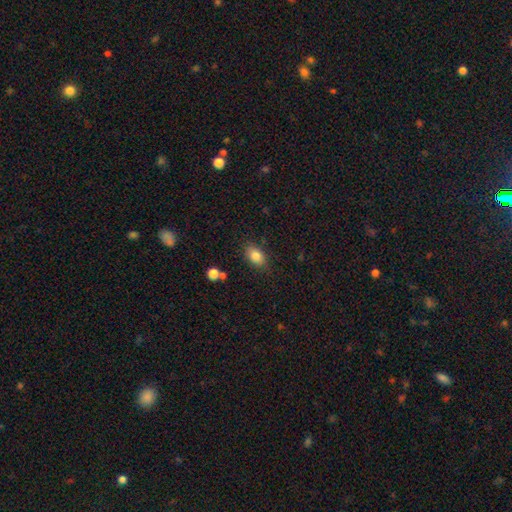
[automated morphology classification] smooth 84%, star or artifact 9%, featured or disk 8%. Down the decision tree: how rounded — in between (86%); merging — none (81%).